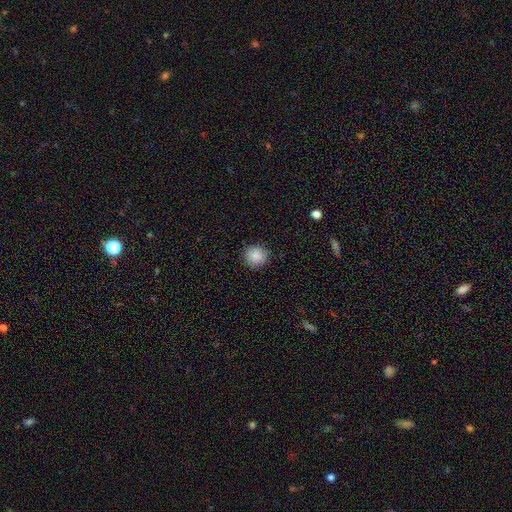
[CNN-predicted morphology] smooth 87%, star or artifact 9%, featured or disk 4%. Down the decision tree: how rounded — round (93%); merging — none (91%).